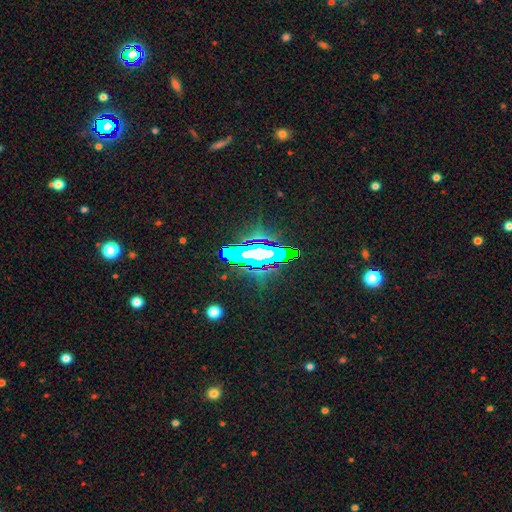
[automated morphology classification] Smooth or featured?
  - star or artifact: 59% *
  - featured or disk: 22%
  - smooth: 19%